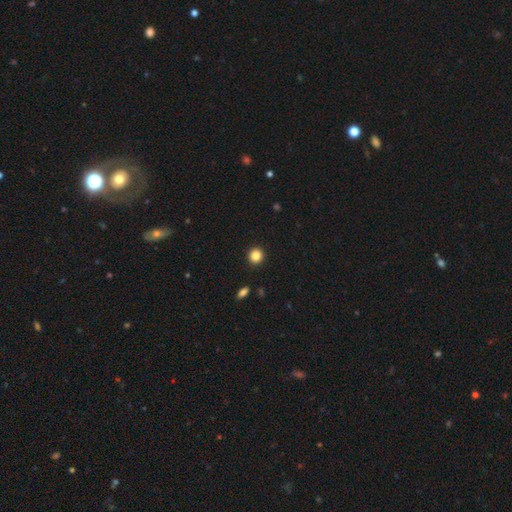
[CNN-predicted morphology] Smooth or featured? Predicted: smooth (p=0.85). How rounded? Predicted: round (p=0.92). Merging? Predicted: none (p=0.93).